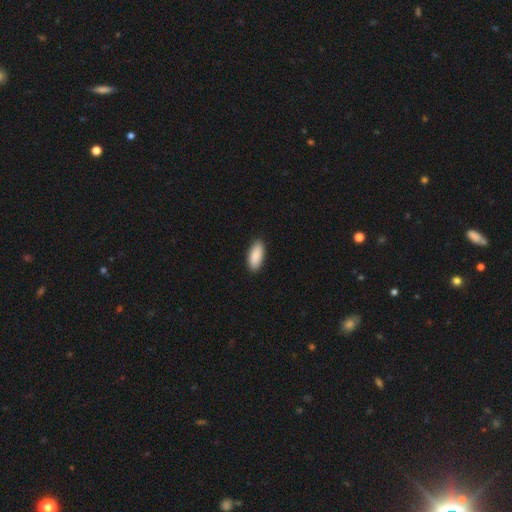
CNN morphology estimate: A smooth galaxy with no disk features (91%) that is in between round and cigar-shaped (87%). Merging: none (89%).